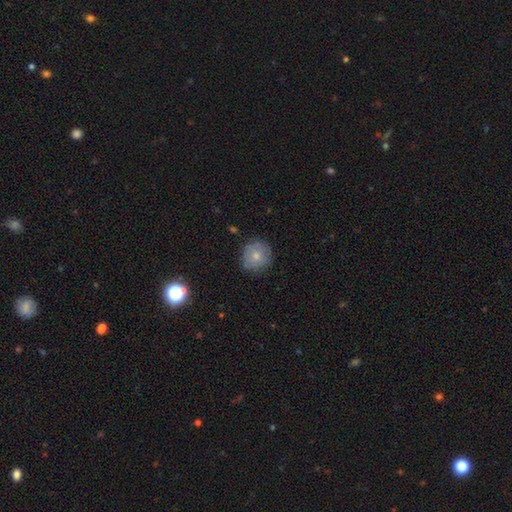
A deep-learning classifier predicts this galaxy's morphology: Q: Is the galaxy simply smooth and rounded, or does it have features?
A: smooth — 73%.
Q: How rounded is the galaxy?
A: round — 91%.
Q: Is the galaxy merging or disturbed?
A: none — 79%.